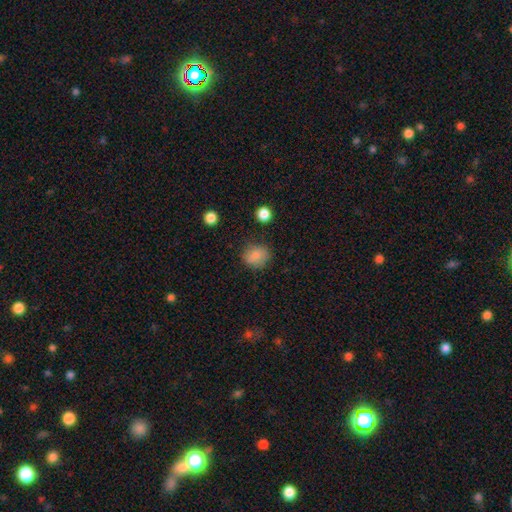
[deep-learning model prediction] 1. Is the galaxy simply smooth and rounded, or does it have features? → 83% smooth, 10% star or artifact, 7% featured or disk.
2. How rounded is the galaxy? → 73% round, 26% in between, 1% cigar-shaped.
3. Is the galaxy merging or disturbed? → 79% none, 15% minor disturbance, 4% major disturbance, 2% merger.